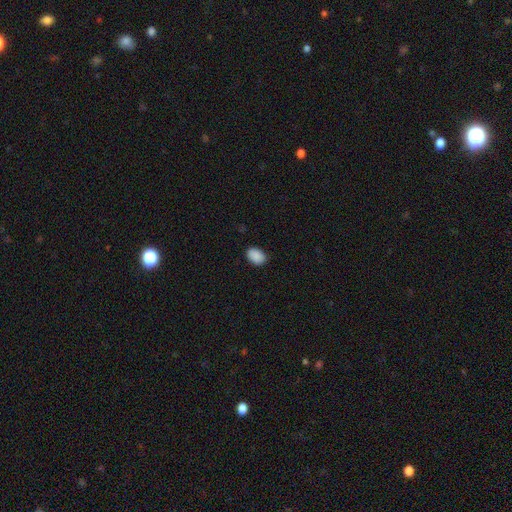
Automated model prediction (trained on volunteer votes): This is clearly a smooth galaxy (90%). How rounded: clearly in between (81%). Merging: clearly none (85%).